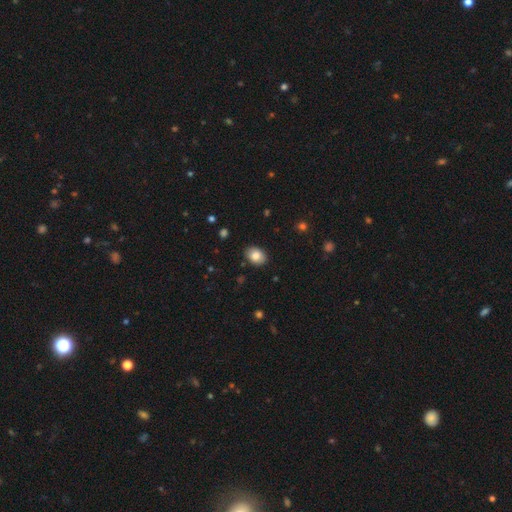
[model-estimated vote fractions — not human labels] smooth-or-featured: smooth: 83% | featured or disk: 8% | star or artifact: 8%
  how-rounded: in between: 71% | round: 28% | cigar-shaped: 1%
  merging: none: 88% | minor disturbance: 9% | major disturbance: 2% | merger: 1%